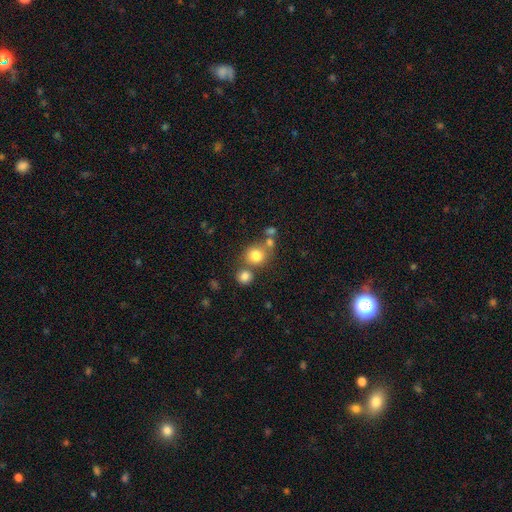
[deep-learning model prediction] The model was most divided on "merging": none: 58%, merger: 27%, minor disturbance: 10%, major disturbance: 5%. More confident: how rounded — round (84%); smooth or featured — smooth (77%).